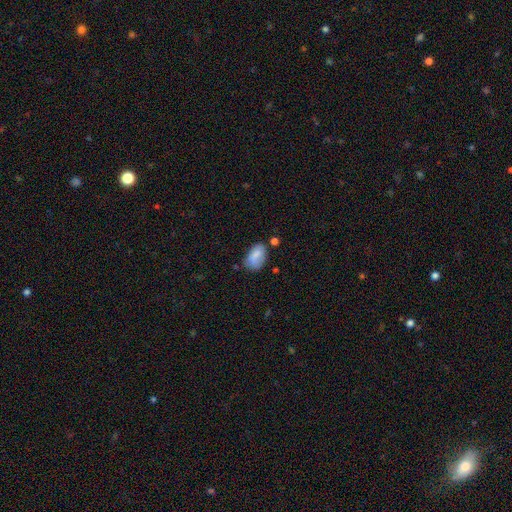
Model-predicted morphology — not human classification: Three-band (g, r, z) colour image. It shows a smooth galaxy with no disk features (81%) that is in between round and cigar-shaped (91%). Merging: none (54%).